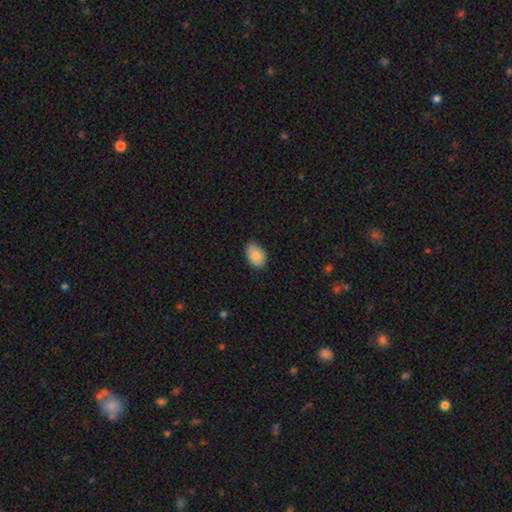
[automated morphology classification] Smooth or featured? smooth (86%)
How rounded? in between (88%)
Merging? none (77%)